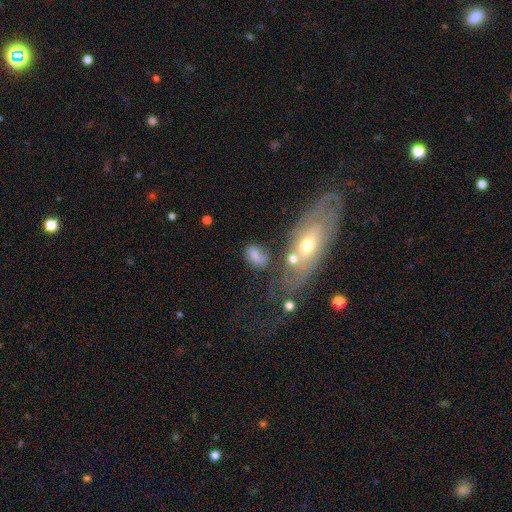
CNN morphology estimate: This is likely a smooth galaxy (64%). How rounded: likely in between (80%). Merging: possibly none (49%).